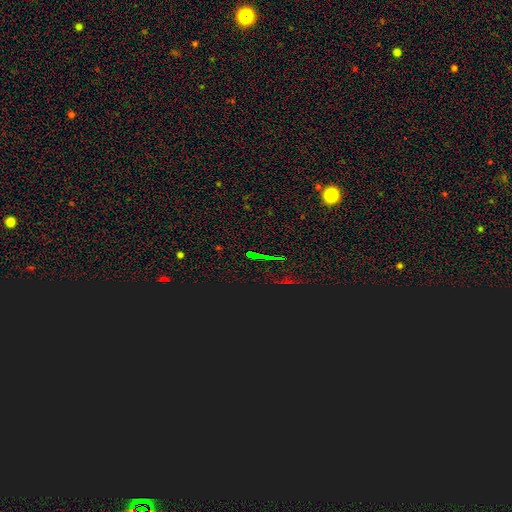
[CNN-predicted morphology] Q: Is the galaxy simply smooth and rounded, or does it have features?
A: star or artifact — 76%.